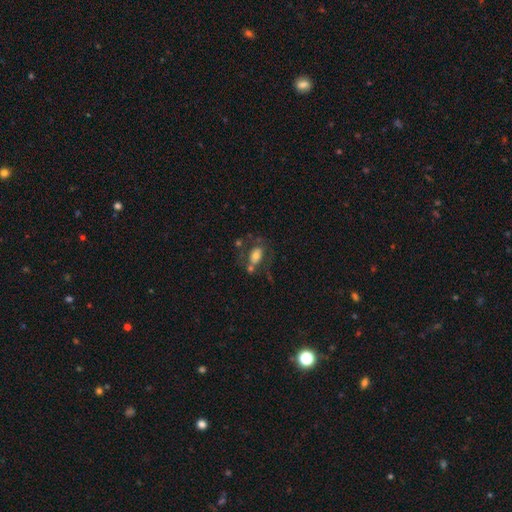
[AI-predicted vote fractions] The model was most divided on "merging": none: 42%, merger: 25%, minor disturbance: 17%, major disturbance: 16%. More confident: how rounded — in between (83%); smooth or featured — smooth (62%).